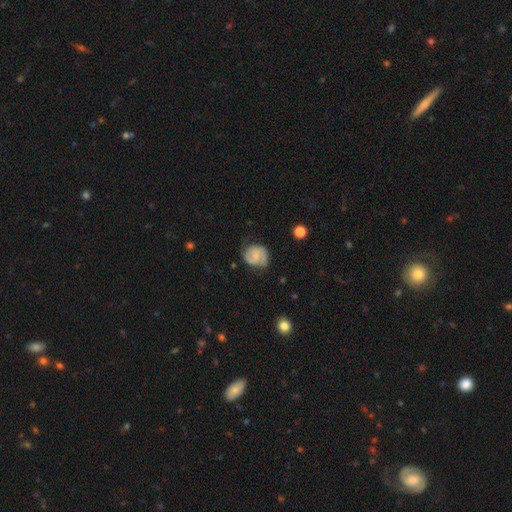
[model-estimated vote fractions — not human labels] smooth-or-featured: featured or disk: 47% | smooth: 46% | star or artifact: 7%
  merging: none: 59% | minor disturbance: 30% | major disturbance: 10% | merger: 2%